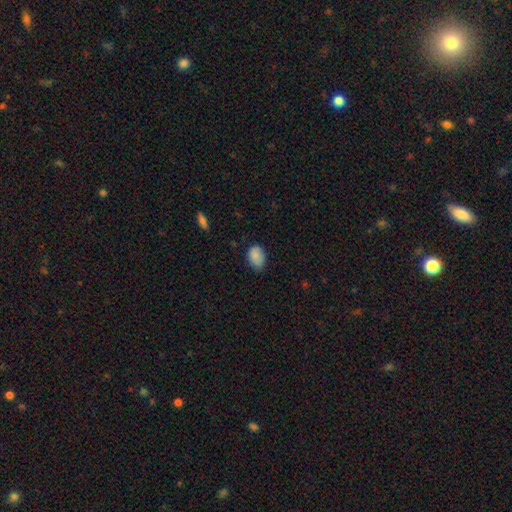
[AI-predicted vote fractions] smooth 85%, star or artifact 8%, featured or disk 7%. Down the decision tree: how rounded — in between (72%); merging — none (65%).